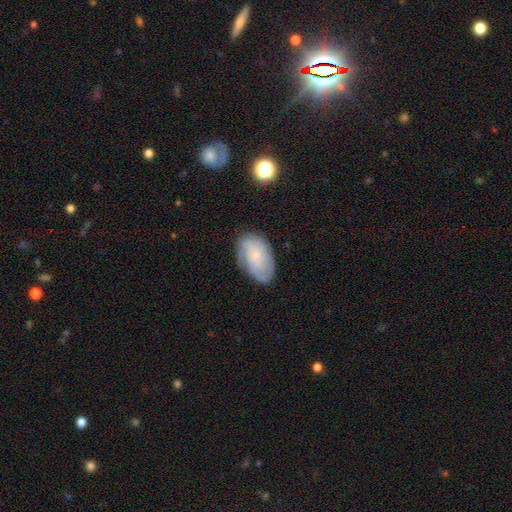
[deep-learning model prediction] Overall: featured or disk (50%; smooth 42%). Merging: none (69%).